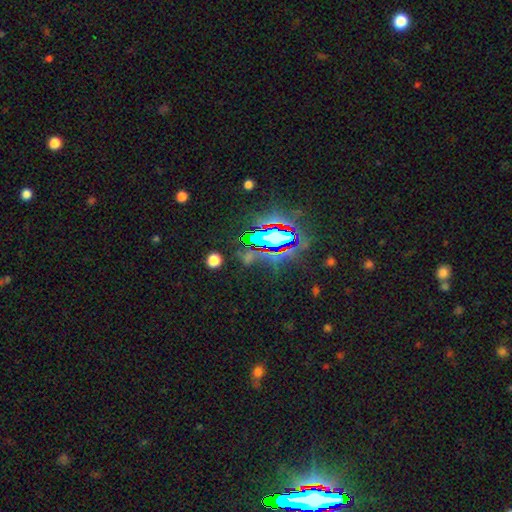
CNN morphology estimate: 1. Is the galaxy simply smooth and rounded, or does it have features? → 69% star or artifact, 19% smooth, 13% featured or disk.